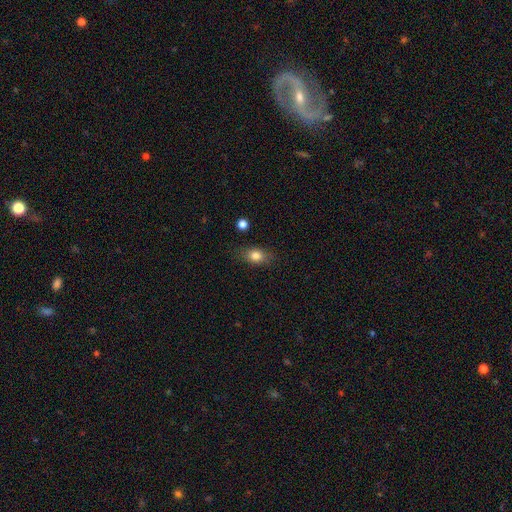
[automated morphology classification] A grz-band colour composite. It shows a smooth galaxy with no disk features (80%) that is in between round and cigar-shaped (71%). Merging: none (82%).